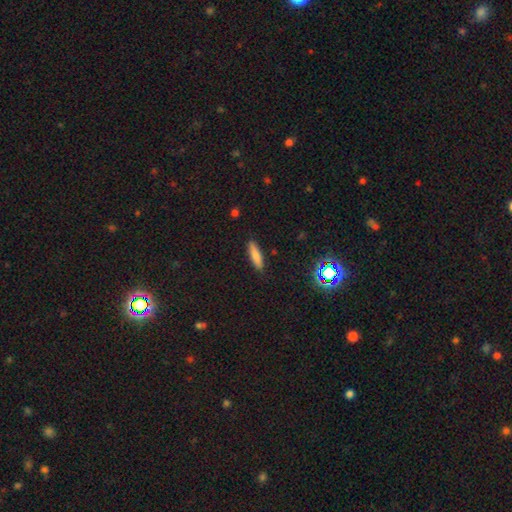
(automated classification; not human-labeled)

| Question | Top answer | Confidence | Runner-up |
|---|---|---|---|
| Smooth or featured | smooth | 79% | featured or disk (12%) |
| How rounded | cigar-shaped | 73% | in between (25%) |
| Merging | none | 87% | minor disturbance (9%) |